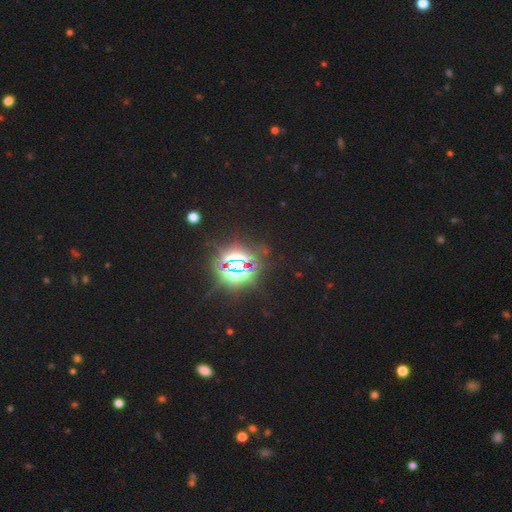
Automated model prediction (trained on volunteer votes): smooth_or_featured: star or artifact (p=0.84) [alt: smooth p=0.10]